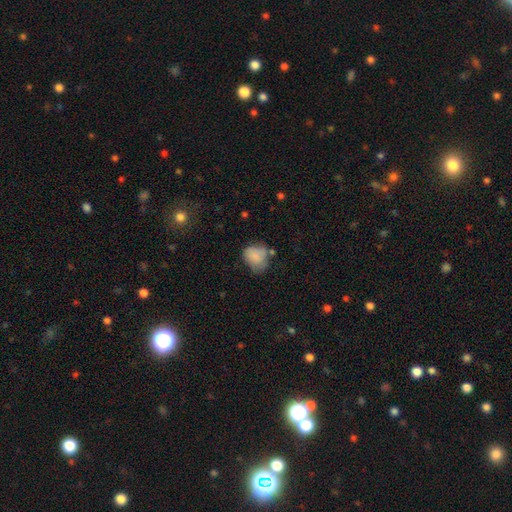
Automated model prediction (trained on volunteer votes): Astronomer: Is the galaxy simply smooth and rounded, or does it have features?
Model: smooth — 78%.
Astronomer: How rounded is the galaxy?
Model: round — 51% (runner-up: in between, 48%).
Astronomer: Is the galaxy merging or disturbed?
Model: none — 44% (runner-up: minor disturbance, 34%).